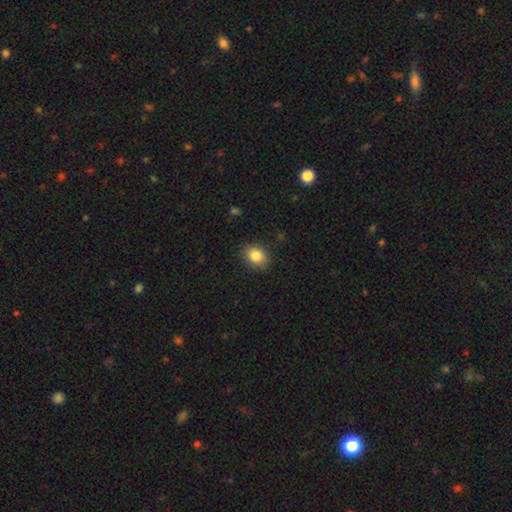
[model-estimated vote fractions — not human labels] Smooth or featured? Predicted: smooth (p=0.84). How rounded? Predicted: in between (p=0.56). Merging? Predicted: none (p=0.88).